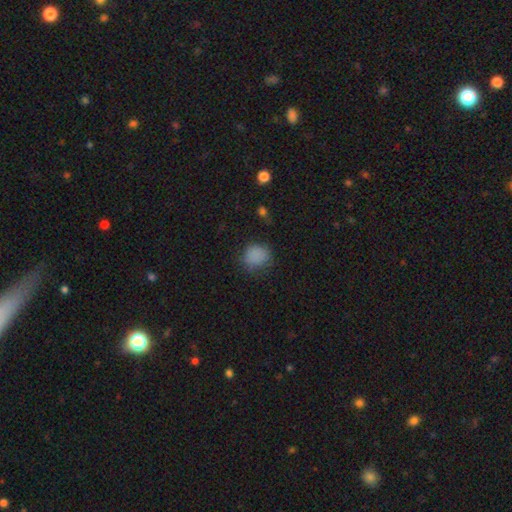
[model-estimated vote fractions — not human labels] smooth 82%, star or artifact 12%, featured or disk 5%. Down the decision tree: how rounded — round (75%); merging — none (70%).